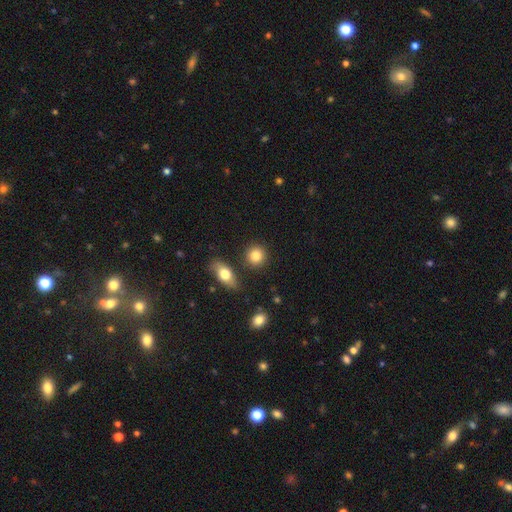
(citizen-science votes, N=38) Smooth or featured? 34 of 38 (89%) said smooth. How rounded? 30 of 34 (88%) said round. Merging? 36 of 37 (97%) said none.